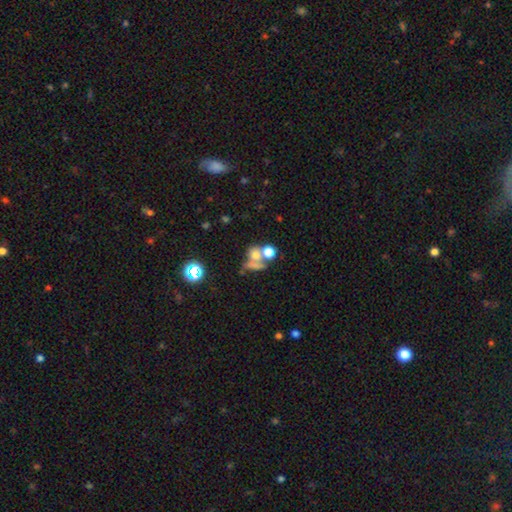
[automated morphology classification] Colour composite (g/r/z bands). It shows a smooth galaxy with no disk features (61%) that is round (67%). Merging: merger (47%).